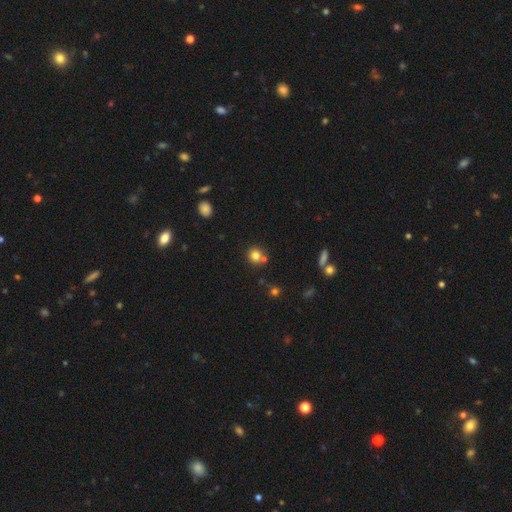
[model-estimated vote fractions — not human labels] Smooth or featured: smooth — 78% (star or artifact — 13%)
How rounded: round — 88% (in between — 11%)
Merging: none — 64% (merger — 25%)